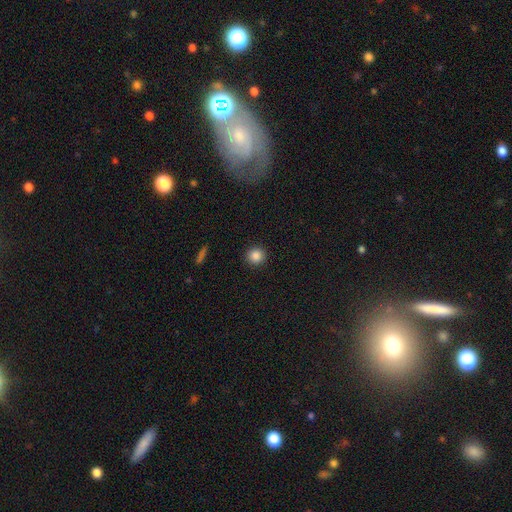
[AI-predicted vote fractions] A smooth galaxy with no disk features (86%) that is round (94%).

Vote fractions:
- Smooth or featured? smooth: 86% / star or artifact: 10% / featured or disk: 4%
- How rounded? round: 94% / in between: 5% / cigar-shaped: 1%
- Merging? none: 92% / minor disturbance: 5% / major disturbance: 2% / merger: 1%